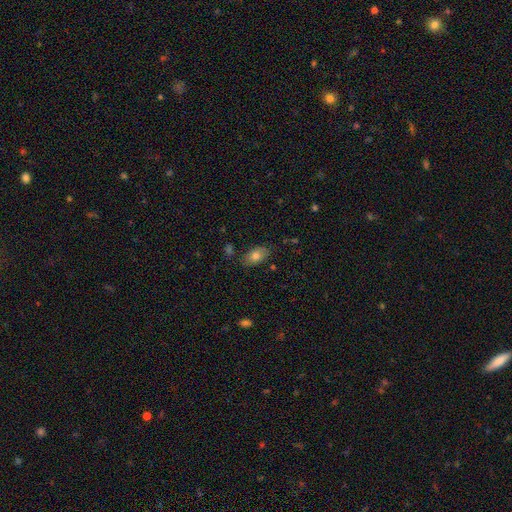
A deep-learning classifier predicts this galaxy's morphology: Smooth or featured: smooth — 78% (featured or disk — 14%)
How rounded: in between — 89% (round — 8%)
Merging: none — 79% (minor disturbance — 15%)